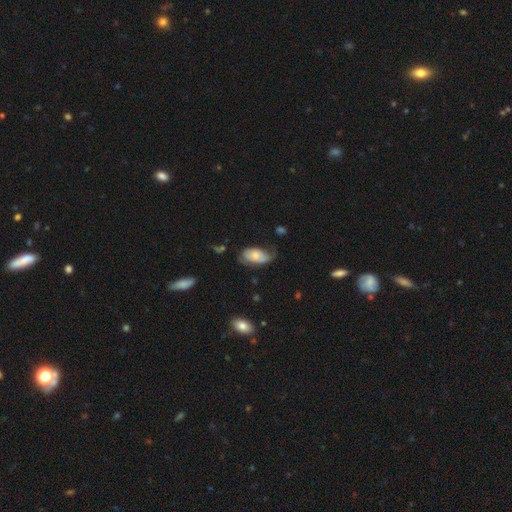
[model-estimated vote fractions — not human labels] smooth 54%, featured or disk 39%, star or artifact 7%. Down the decision tree: how rounded — in between (93%); merging — none (45%).